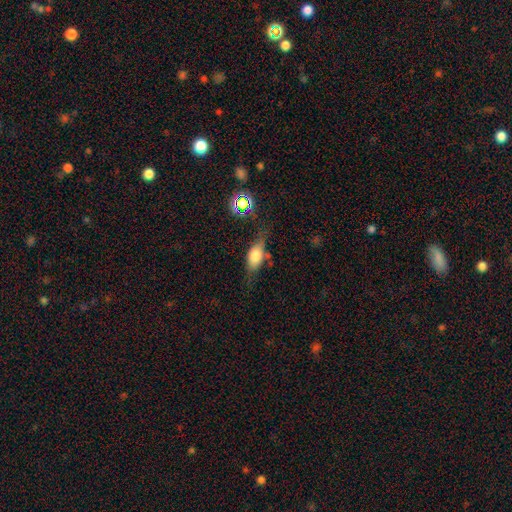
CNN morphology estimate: Q: Smooth or featured?
A: smooth (64%); runner-up: featured or disk (26%)
Q: How rounded?
A: in between (77%); runner-up: cigar-shaped (15%)
Q: Merging?
A: none (55%); runner-up: minor disturbance (28%)